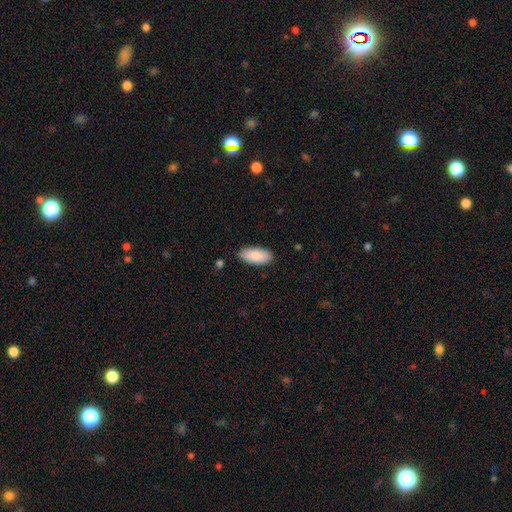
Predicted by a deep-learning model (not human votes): Smooth or featured? smooth (89%)
How rounded? in between (91%)
Merging? none (84%)